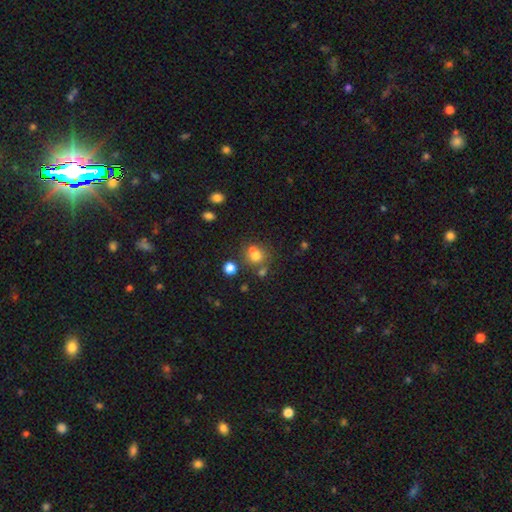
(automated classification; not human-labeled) Smooth or featured? smooth (69%)
How rounded? round (79%)
Merging? none (50%)